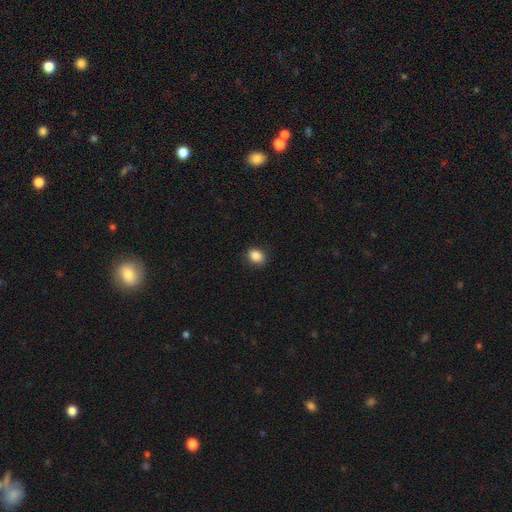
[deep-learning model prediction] This appears to be a smooth galaxy with no disk features (88%) that is in between round and cigar-shaped (56%). Merging: none (87%).